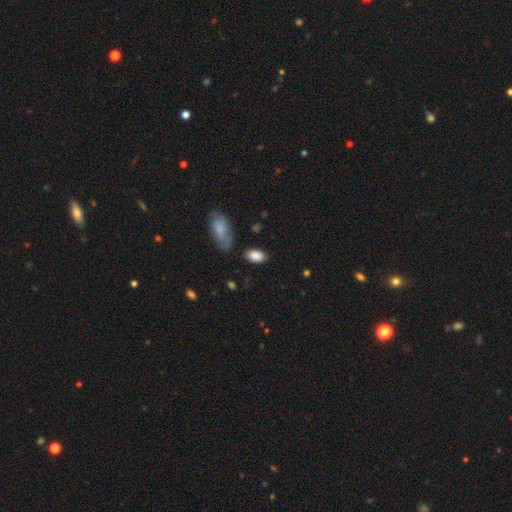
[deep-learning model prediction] smooth 87%, star or artifact 7%, featured or disk 6%. Down the decision tree: how rounded — in between (93%); merging — none (79%).